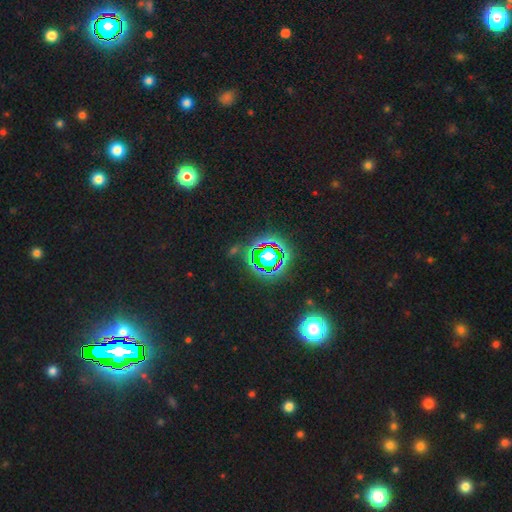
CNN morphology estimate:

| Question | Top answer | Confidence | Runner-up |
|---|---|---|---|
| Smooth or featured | star or artifact | 82% | smooth (11%) |